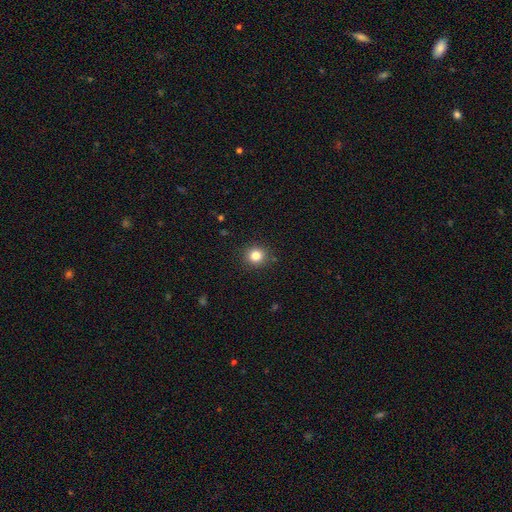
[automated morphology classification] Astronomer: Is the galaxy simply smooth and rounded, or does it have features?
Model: smooth — 82%.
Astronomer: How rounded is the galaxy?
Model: round — 90%.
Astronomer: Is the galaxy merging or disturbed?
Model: none — 91%.